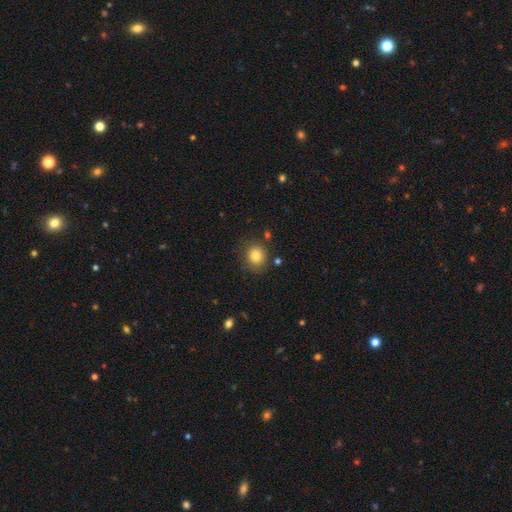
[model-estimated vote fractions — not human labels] Smooth or featured?
  - smooth: 81% *
  - star or artifact: 11%
  - featured or disk: 8%
How rounded?
  - round: 79% *
  - in between: 20%
  - cigar-shaped: 1%
Merging?
  - none: 82% *
  - minor disturbance: 12%
  - major disturbance: 4%
  - merger: 3%